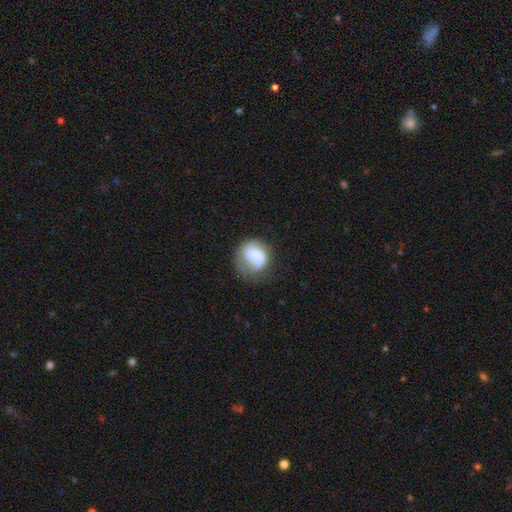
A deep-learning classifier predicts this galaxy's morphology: The model was most divided on "merging": none: 43%, minor disturbance: 28%, major disturbance: 22%, merger: 7%. More confident: how rounded — round (72%); smooth or featured — smooth (62%).